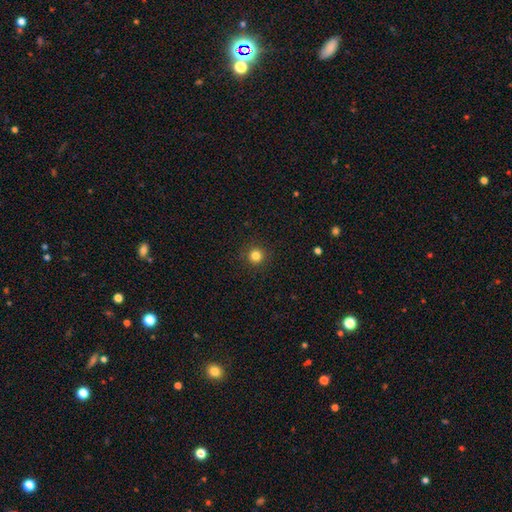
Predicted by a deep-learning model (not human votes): smooth-or-featured: smooth: 82% | star or artifact: 13% | featured or disk: 5%
  how-rounded: round: 96% | in between: 3% | cigar-shaped: 1%
  merging: none: 92% | minor disturbance: 5% | major disturbance: 2% | merger: 1%